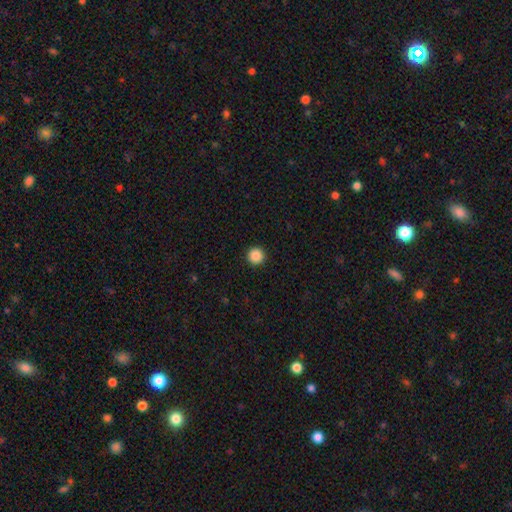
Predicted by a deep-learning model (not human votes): This appears to be a smooth galaxy with no disk features (87%) that is round (96%). Merging: none (94%).